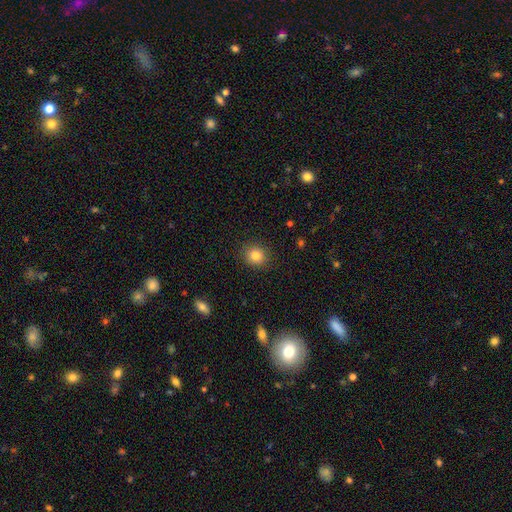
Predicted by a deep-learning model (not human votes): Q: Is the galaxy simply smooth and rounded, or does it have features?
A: smooth — 83%.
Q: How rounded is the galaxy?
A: round — 82%.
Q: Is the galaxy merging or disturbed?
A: none — 89%.